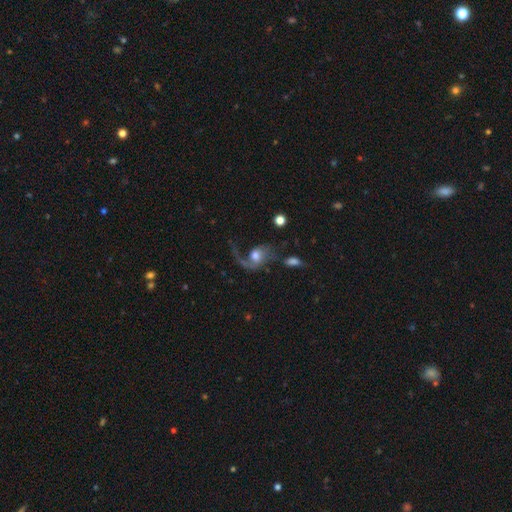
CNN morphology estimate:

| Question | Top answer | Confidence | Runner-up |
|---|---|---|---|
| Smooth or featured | featured or disk | 66% | smooth (26%) |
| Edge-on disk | no | 96% | yes (4%) |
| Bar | no | 71% | weak (24%) |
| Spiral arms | yes | 87% | no (13%) |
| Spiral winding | loose | 75% | medium (19%) |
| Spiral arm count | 1 | 71% | 2 (23%) |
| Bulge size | moderate | 58% | large (21%) |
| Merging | major disturbance | 46% | none (29%) |